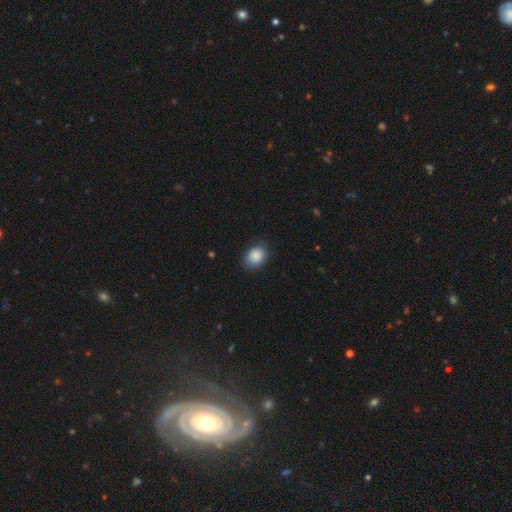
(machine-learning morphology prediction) The model was most divided on "how rounded": in between: 50%, round: 49%, cigar-shaped: 1%. More confident: smooth or featured — smooth (87%); merging — none (78%).